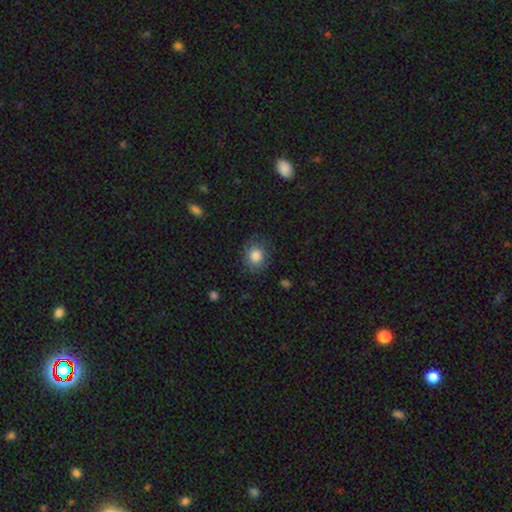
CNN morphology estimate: Smooth or featured? smooth (84%)
How rounded? round (66%)
Merging? none (80%)